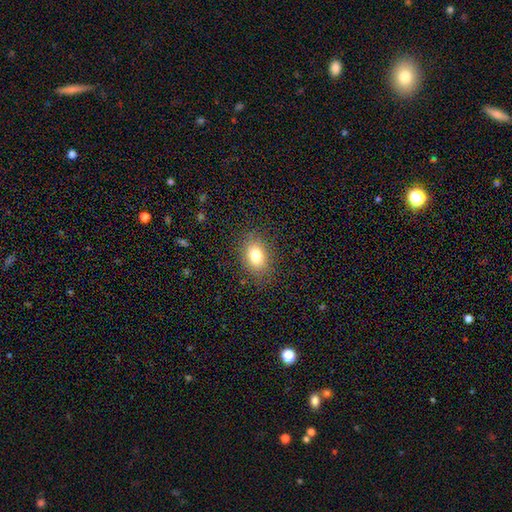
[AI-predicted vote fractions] A smooth galaxy with no disk features (78%) that is in between round and cigar-shaped (74%).

Vote fractions:
- Smooth or featured? smooth: 78% / star or artifact: 11% / featured or disk: 11%
- How rounded? in between: 74% / round: 25% / cigar-shaped: 1%
- Merging? none: 84% / minor disturbance: 11% / major disturbance: 4% / merger: 1%